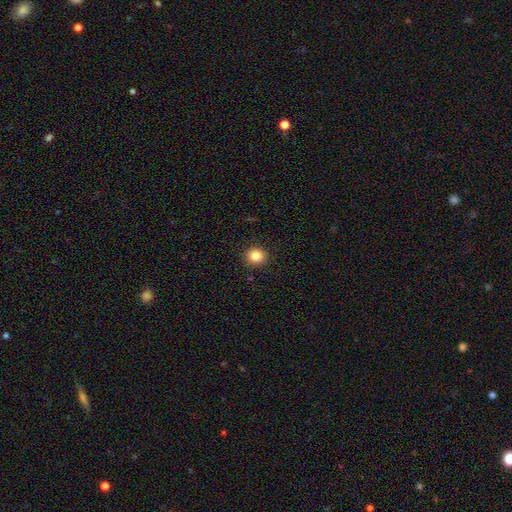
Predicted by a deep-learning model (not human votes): Q: Smooth or featured?
A: smooth (84%); runner-up: star or artifact (11%)
Q: How rounded?
A: round (84%); runner-up: in between (15%)
Q: Merging?
A: none (90%); runner-up: minor disturbance (6%)